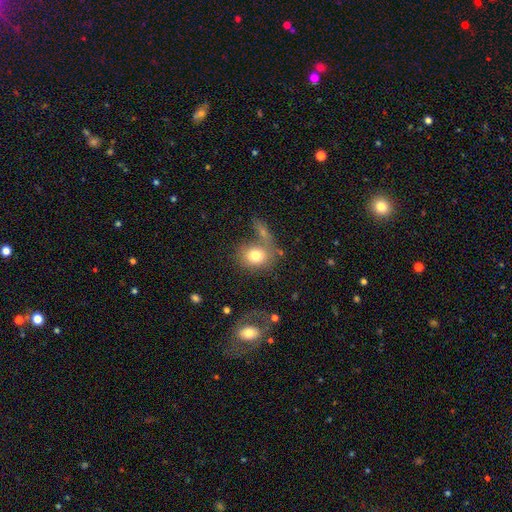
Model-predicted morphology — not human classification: smooth 77%, featured or disk 15%, star or artifact 9%. Down the decision tree: how rounded — round (60%); merging — none (43%).